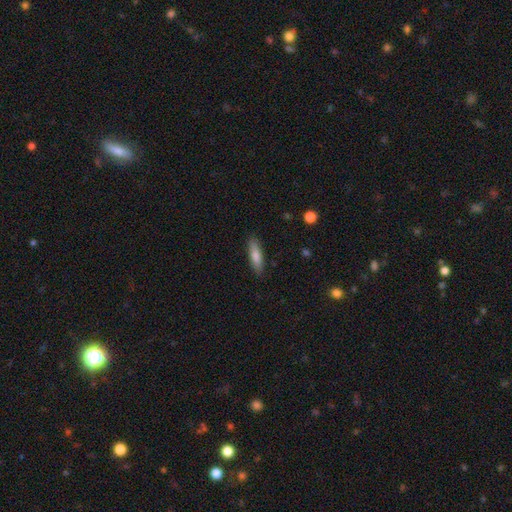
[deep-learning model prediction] The model was most divided on "how rounded": cigar-shaped: 62%, in between: 37%, round: 2%. More confident: merging — none (87%); smooth or featured — smooth (80%).